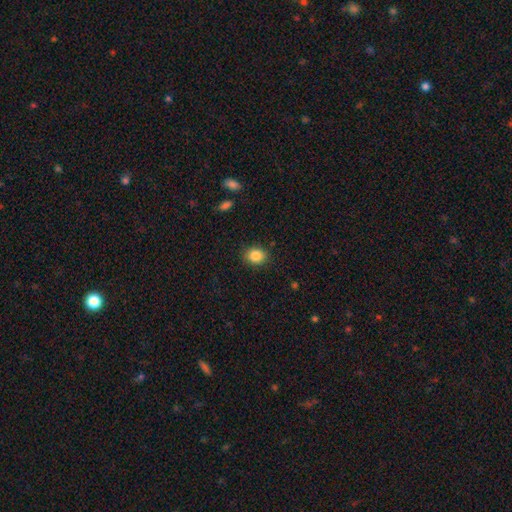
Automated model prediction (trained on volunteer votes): Smooth or featured: smooth — 86% (star or artifact — 9%)
How rounded: round — 55% (in between — 44%)
Merging: none — 87% (minor disturbance — 9%)